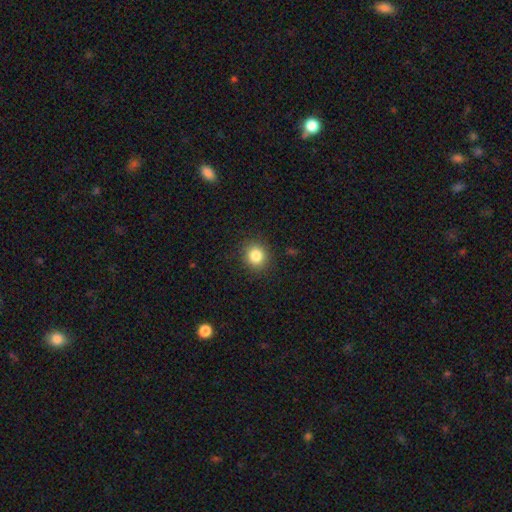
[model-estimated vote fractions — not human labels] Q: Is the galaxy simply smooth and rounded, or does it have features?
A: smooth — 84%.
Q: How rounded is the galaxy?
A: round — 84%.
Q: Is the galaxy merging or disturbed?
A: none — 89%.